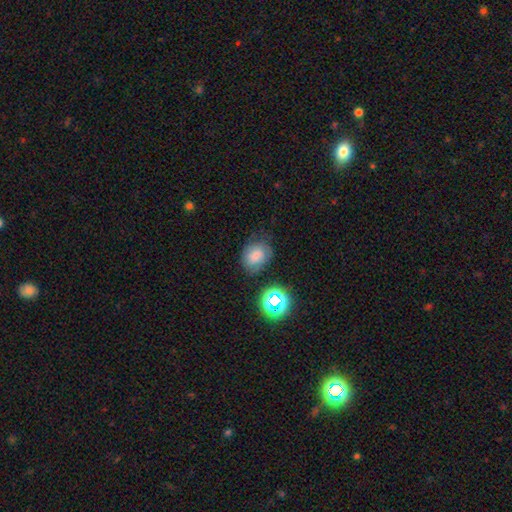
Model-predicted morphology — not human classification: type=smooth (69%); roundness=in between (54%); merging=none (65%).